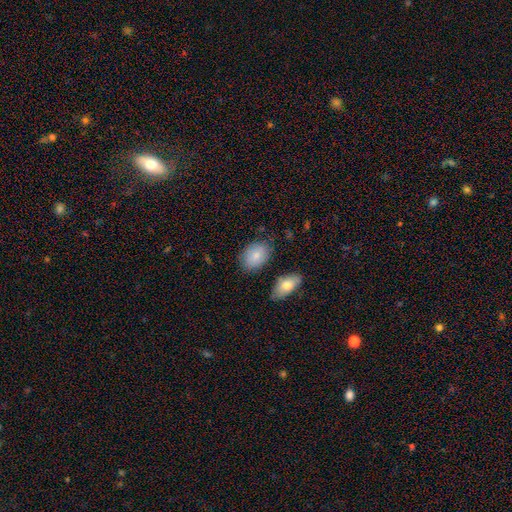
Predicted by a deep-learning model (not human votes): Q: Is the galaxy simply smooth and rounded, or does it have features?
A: smooth — 83%.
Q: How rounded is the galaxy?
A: in between — 80%.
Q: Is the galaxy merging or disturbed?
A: none — 74%.